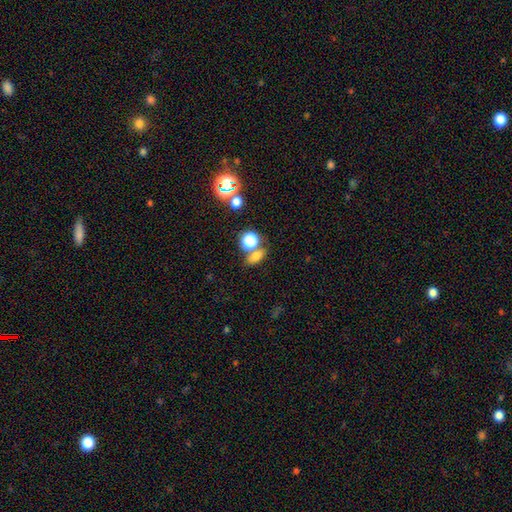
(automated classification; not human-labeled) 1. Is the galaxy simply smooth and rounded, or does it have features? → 70% smooth, 19% star or artifact, 10% featured or disk.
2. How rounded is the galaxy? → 66% in between, 28% round, 6% cigar-shaped.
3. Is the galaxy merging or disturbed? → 60% none, 25% merger, 11% minor disturbance, 4% major disturbance.